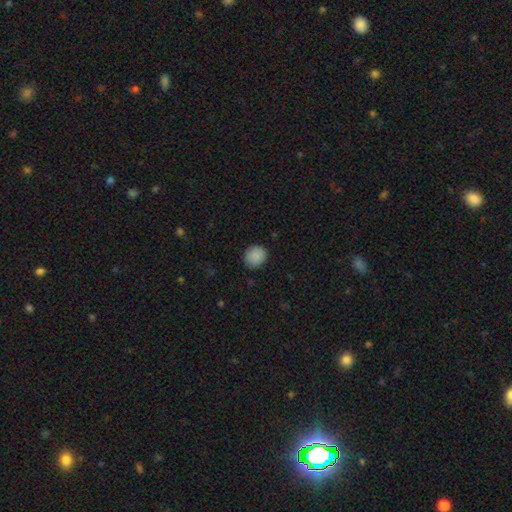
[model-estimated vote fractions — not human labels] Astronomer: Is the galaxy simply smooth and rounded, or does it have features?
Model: smooth — 89%.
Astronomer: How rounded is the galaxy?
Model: round — 75%.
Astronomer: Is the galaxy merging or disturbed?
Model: none — 87%.